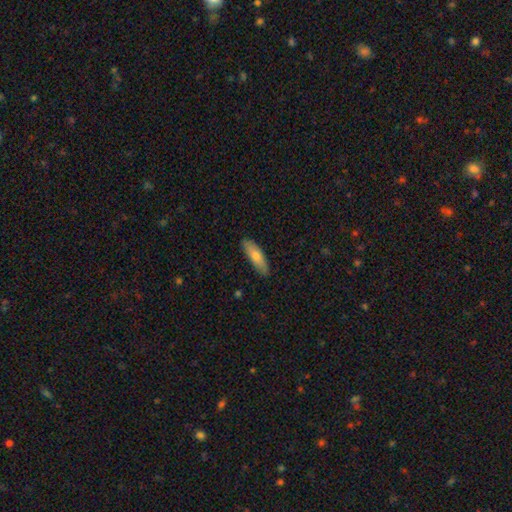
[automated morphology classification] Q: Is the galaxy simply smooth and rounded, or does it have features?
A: smooth — 72%.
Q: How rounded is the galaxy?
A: cigar-shaped — 54%.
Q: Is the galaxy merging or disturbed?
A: none — 87%.